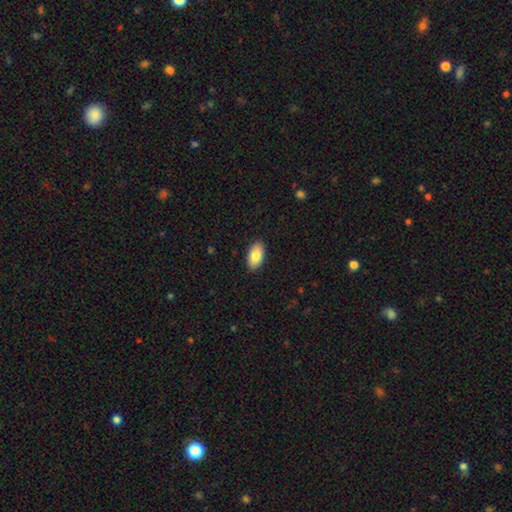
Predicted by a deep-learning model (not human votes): Smooth or featured?
  - smooth: 83% *
  - featured or disk: 10%
  - star or artifact: 6%
How rounded?
  - in between: 94% *
  - round: 3%
  - cigar-shaped: 3%
Merging?
  - none: 90% *
  - minor disturbance: 8%
  - major disturbance: 2%
  - merger: 1%